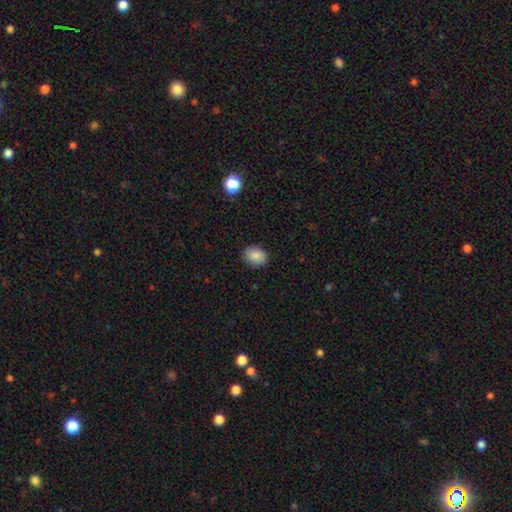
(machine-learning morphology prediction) The model was most divided on "how rounded": in between: 61%, round: 38%, cigar-shaped: 1%. More confident: merging — none (88%); smooth or featured — smooth (87%).